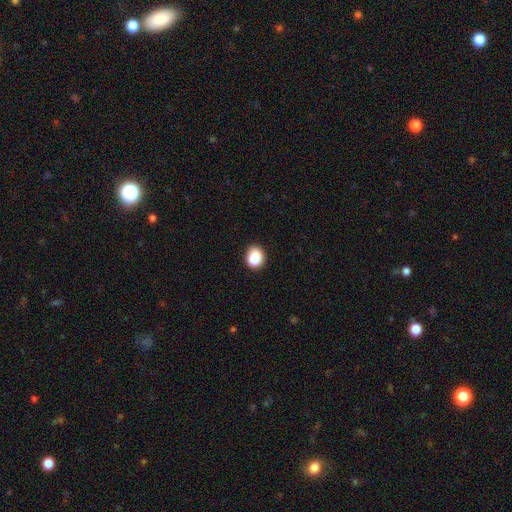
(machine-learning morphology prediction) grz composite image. It shows a smooth galaxy with no disk features (83%) that is round (58%). Merging: none (81%).